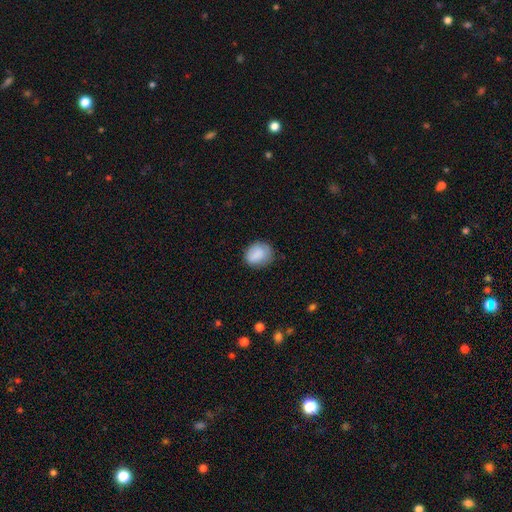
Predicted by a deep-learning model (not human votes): smooth_or_featured: smooth (p=0.85) [alt: featured or disk p=0.08]
how_rounded: round (p=0.52) [alt: in between p=0.47]
merging: none (p=0.70) [alt: minor disturbance p=0.22]